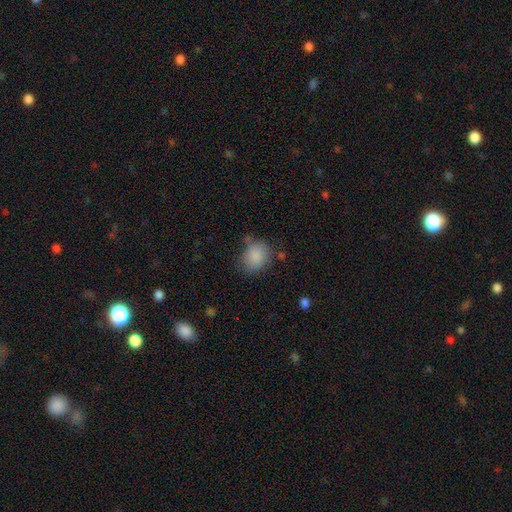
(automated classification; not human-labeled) This is clearly a smooth galaxy (85%). How rounded: possibly round (59%). Merging: likely none (64%).